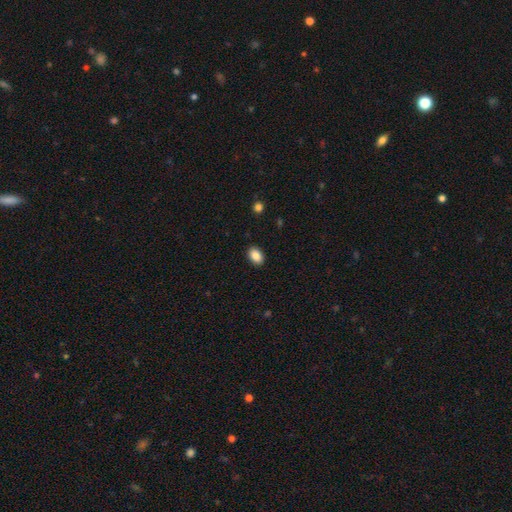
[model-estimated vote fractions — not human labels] smooth 89%, star or artifact 8%, featured or disk 3%. Down the decision tree: how rounded — in between (84%); merging — none (90%).